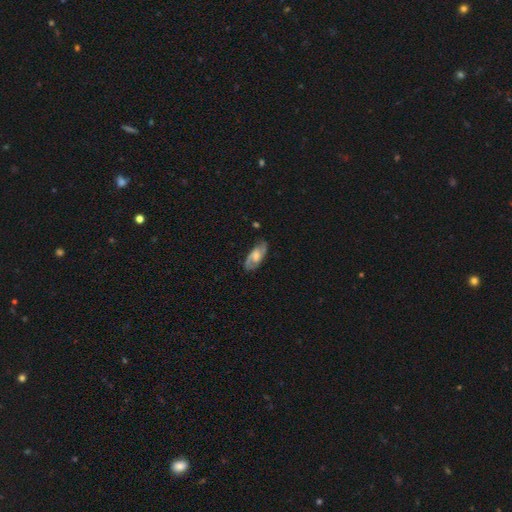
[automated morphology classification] A featured or disk galaxy (65%) with no bar (49%), 2 (85%) medium (49%) spiral arms (89%) and a moderate central bulge (48%). Merging: none (80%).